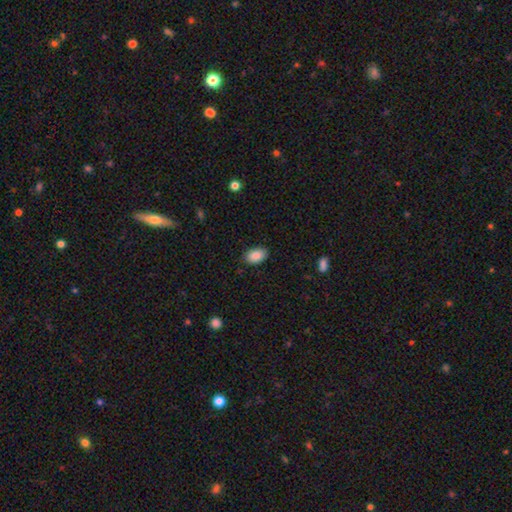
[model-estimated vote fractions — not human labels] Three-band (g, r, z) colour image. It shows a smooth galaxy with no disk features (87%) that is in between round and cigar-shaped (90%). Merging: none (86%).